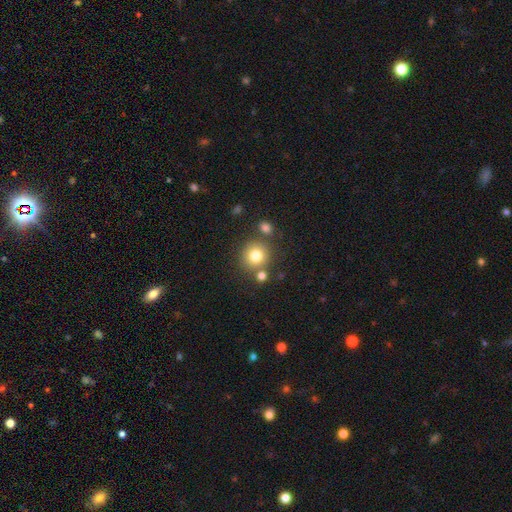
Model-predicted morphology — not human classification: A smooth galaxy with no disk features (78%) that is round (91%). Merging: none (74%).